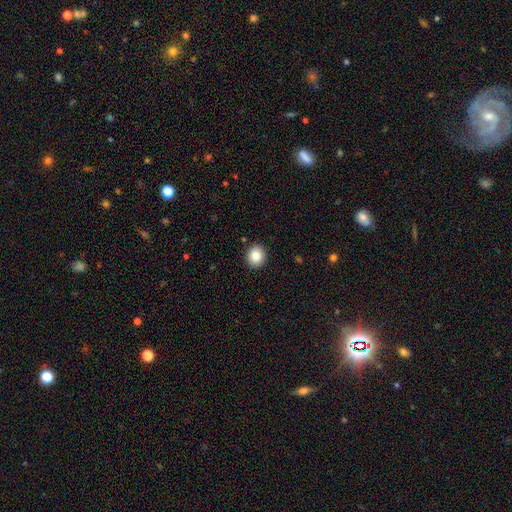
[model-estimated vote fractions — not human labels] A smooth galaxy with no disk features (85%) that is round (78%).

Vote fractions:
- Smooth or featured? smooth: 85% / star or artifact: 9% / featured or disk: 6%
- How rounded? round: 78% / in between: 21% / cigar-shaped: 1%
- Merging? none: 91% / minor disturbance: 6% / major disturbance: 2% / merger: 1%